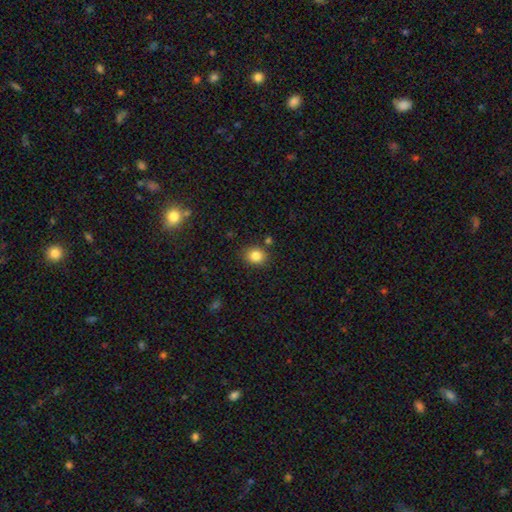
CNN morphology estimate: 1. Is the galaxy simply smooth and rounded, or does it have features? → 83% smooth, 10% star or artifact, 6% featured or disk.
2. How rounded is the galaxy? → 63% round, 37% in between, 1% cigar-shaped.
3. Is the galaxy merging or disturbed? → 84% none, 10% minor disturbance, 4% merger, 2% major disturbance.